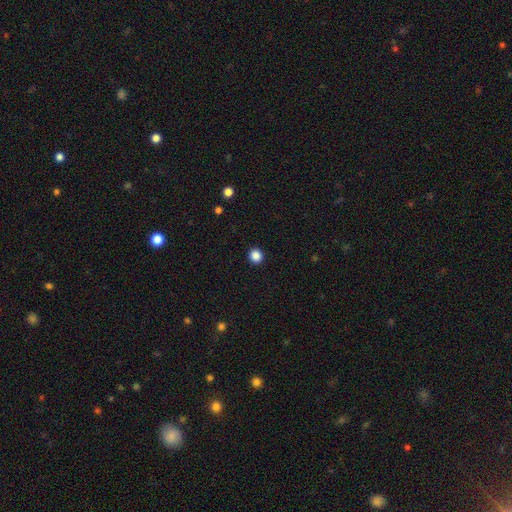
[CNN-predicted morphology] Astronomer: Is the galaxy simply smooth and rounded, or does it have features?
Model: smooth — 87%.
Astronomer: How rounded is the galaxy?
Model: round — 91%.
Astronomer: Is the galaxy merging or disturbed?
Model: none — 93%.